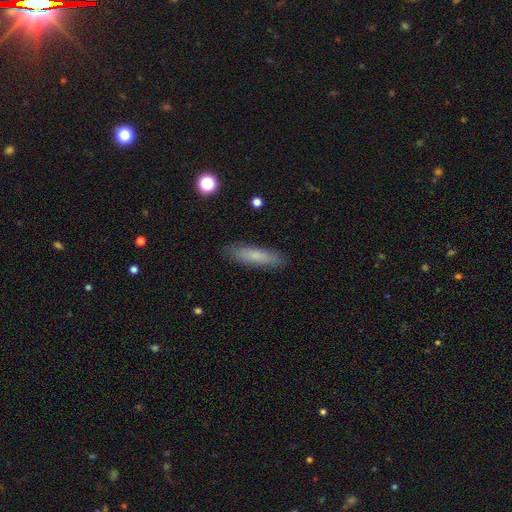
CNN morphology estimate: A smooth galaxy with no disk features (76%) that is cigar-shaped (76%).

Vote fractions:
- Smooth or featured? smooth: 76% / featured or disk: 17% / star or artifact: 7%
- How rounded? cigar-shaped: 76% / in between: 22% / round: 2%
- Merging? none: 88% / minor disturbance: 9% / major disturbance: 2% / merger: 1%